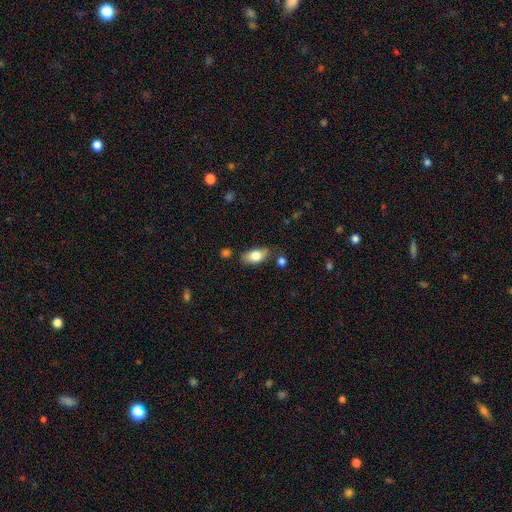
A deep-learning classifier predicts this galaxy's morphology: Smooth or featured: smooth — 78% (featured or disk — 15%)
How rounded: in between — 89% (cigar-shaped — 6%)
Merging: none — 72% (minor disturbance — 19%)